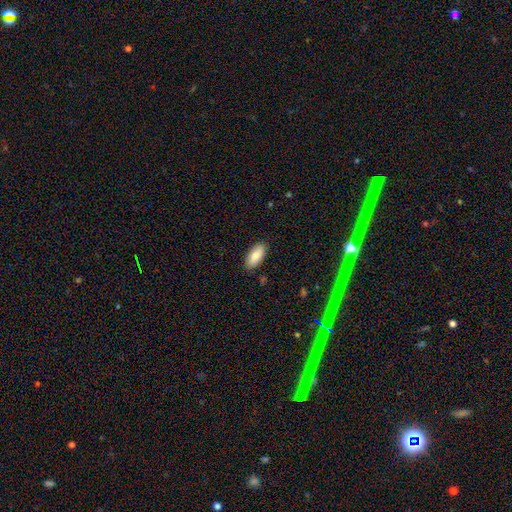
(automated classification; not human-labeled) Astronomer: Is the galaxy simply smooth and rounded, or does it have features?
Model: smooth — 84%.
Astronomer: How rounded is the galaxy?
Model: in between — 87%.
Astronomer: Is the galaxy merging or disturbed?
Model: none — 87%.